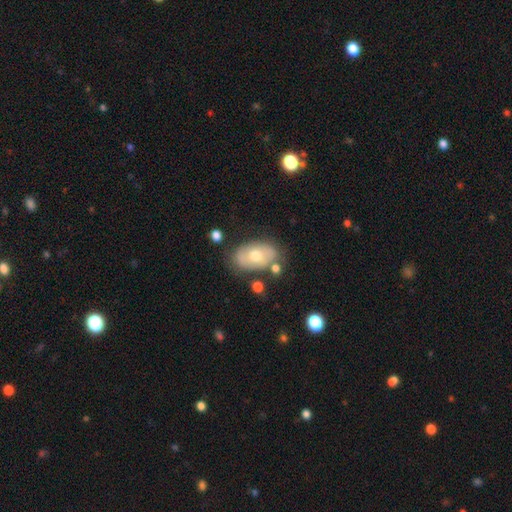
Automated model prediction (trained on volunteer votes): This appears to be a smooth galaxy with no disk features (55%) that is in between round and cigar-shaped (89%). Merging: none (72%).